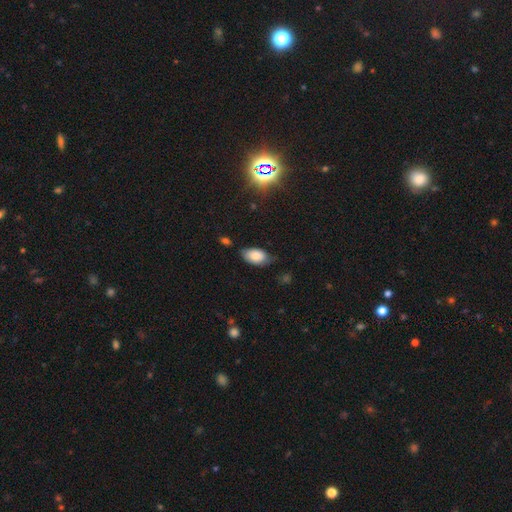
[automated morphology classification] The model was most divided on "merging": none: 60%, minor disturbance: 31%, major disturbance: 6%, merger: 3%. More confident: how rounded — in between (94%); smooth or featured — smooth (80%).